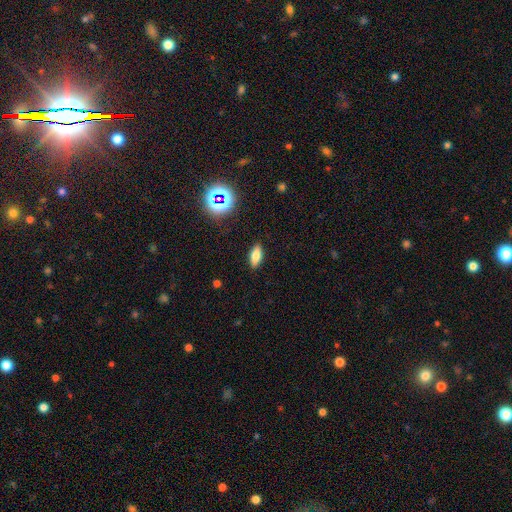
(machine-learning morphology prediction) Smooth or featured? smooth (71%)
How rounded? in between (75%)
Merging? none (88%)